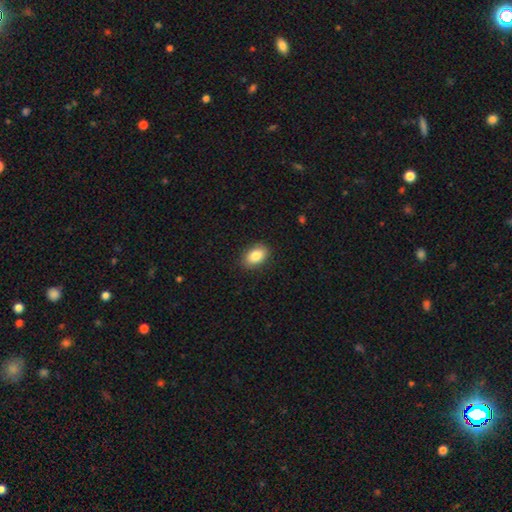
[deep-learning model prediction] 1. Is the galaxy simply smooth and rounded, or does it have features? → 86% smooth, 7% star or artifact, 7% featured or disk.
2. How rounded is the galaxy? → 87% in between, 12% round, 1% cigar-shaped.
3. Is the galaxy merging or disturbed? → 88% none, 9% minor disturbance, 2% major disturbance, 1% merger.